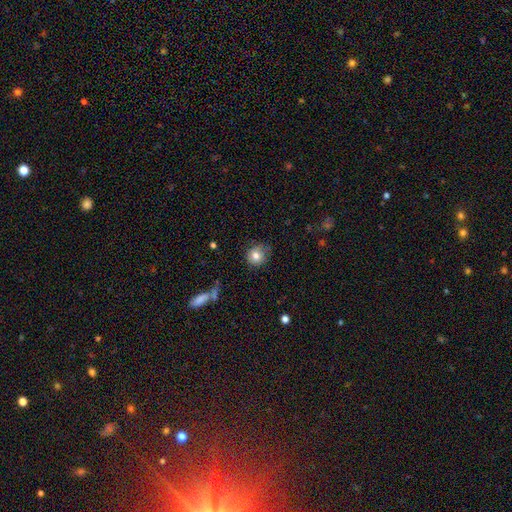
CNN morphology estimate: Smooth or featured? Predicted: smooth (p=0.80). How rounded? Predicted: round (p=0.88). Merging? Predicted: none (p=0.75).